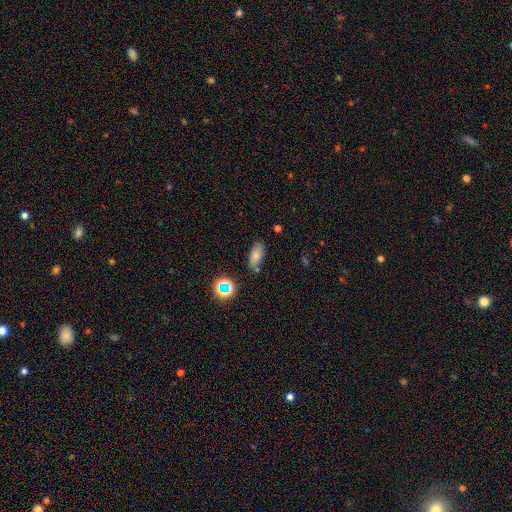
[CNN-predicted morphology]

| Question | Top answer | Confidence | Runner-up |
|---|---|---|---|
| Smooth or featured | smooth | 74% | star or artifact (15%) |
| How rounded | in between | 85% | cigar-shaped (10%) |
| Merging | none | 74% | minor disturbance (16%) |